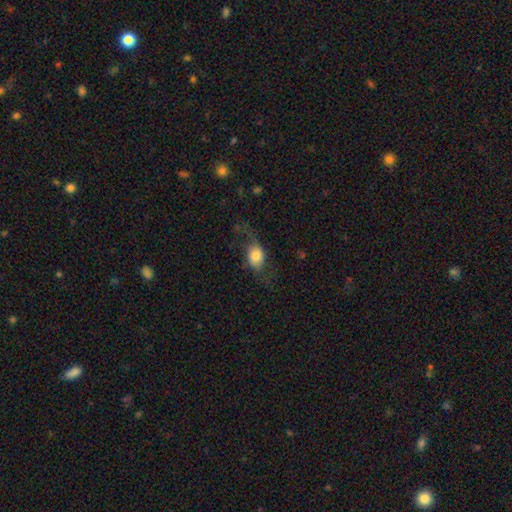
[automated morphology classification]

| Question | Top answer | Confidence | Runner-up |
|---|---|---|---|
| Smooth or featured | smooth | 63% | featured or disk (29%) |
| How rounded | in between | 63% | round (34%) |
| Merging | none | 43% | major disturbance (32%) |